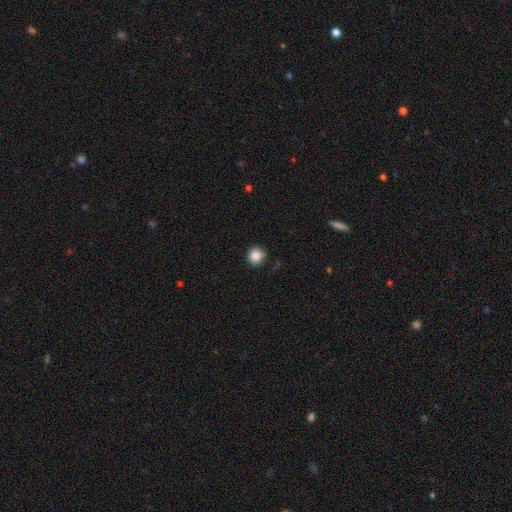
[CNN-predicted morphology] Smooth or featured? smooth (86%)
How rounded? round (93%)
Merging? none (84%)